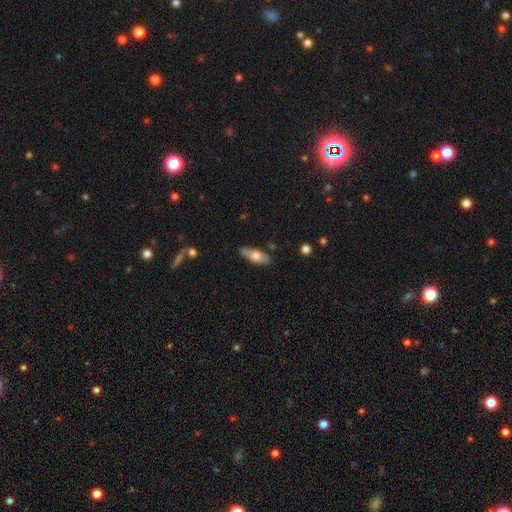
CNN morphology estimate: A smooth galaxy with no disk features (60%) that is in between round and cigar-shaped (72%).

Vote fractions:
- Smooth or featured? smooth: 60% / featured or disk: 35% / star or artifact: 6%
- How rounded? in between: 72% / cigar-shaped: 25% / round: 3%
- Merging? none: 83% / minor disturbance: 13% / major disturbance: 2% / merger: 2%